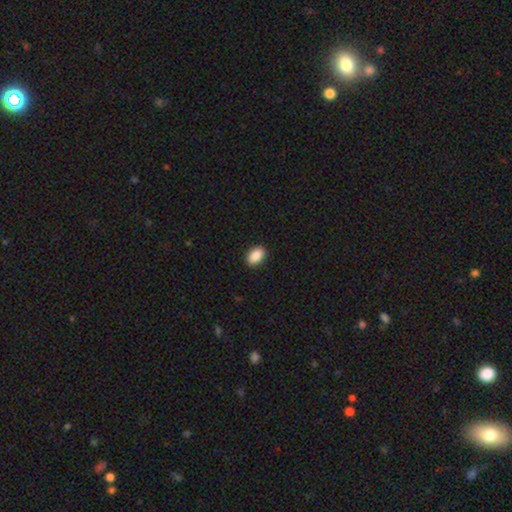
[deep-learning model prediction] Q: Smooth or featured?
A: smooth (90%); runner-up: star or artifact (7%)
Q: How rounded?
A: in between (90%); runner-up: round (8%)
Q: Merging?
A: none (91%); runner-up: minor disturbance (6%)